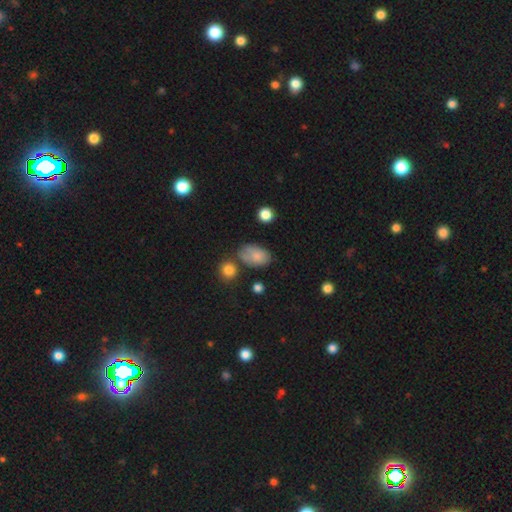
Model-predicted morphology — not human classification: type=smooth (77%); roundness=in between (86%); merging=none (50%).